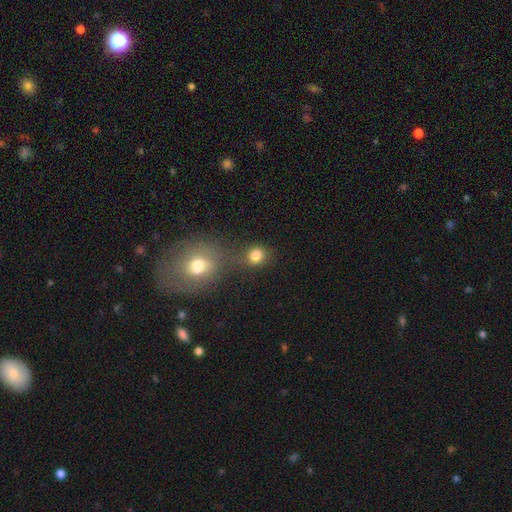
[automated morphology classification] Smooth or featured? smooth (82%)
How rounded? round (80%)
Merging? none (57%)